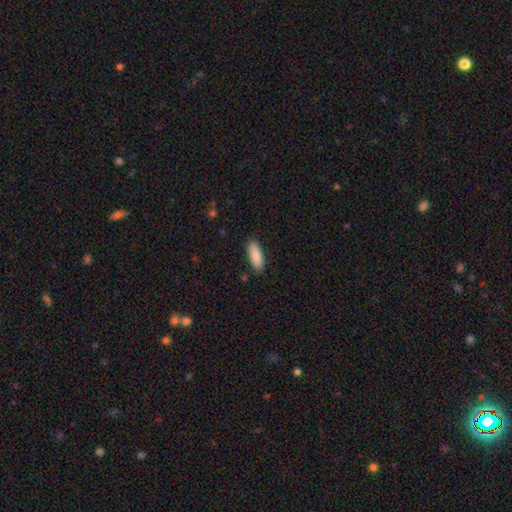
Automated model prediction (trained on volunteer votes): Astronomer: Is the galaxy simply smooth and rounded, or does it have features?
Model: smooth — 89%.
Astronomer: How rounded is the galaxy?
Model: in between — 63%.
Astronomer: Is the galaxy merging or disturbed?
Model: none — 87%.